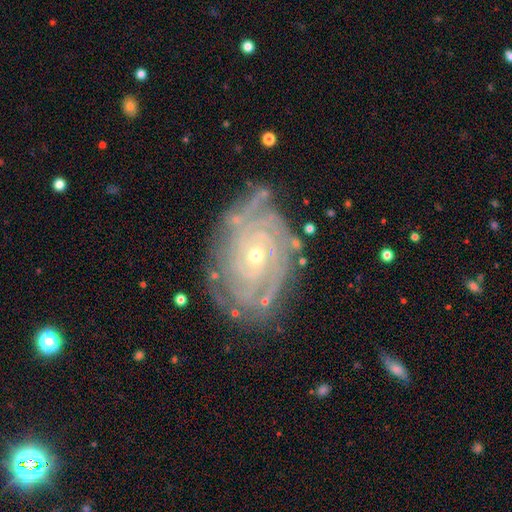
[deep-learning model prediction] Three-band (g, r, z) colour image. It shows a featured or disk galaxy (91%) with no bar (72%), 4 (26%) tight (84%) spiral arms (98%) and a small central bulge (70%). Merging: none (71%).